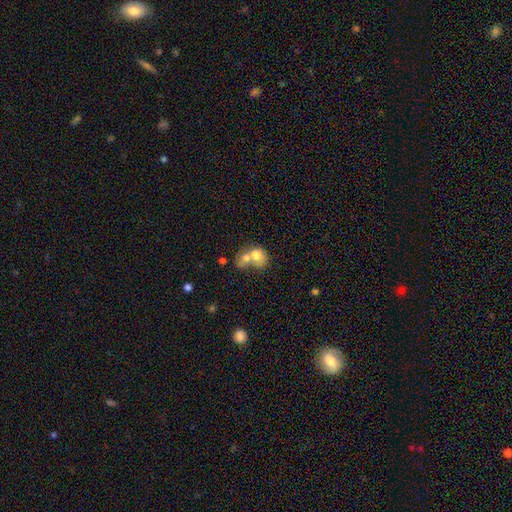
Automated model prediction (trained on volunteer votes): Smooth or featured? smooth (70%)
How rounded? round (55%)
Merging? merger (72%)